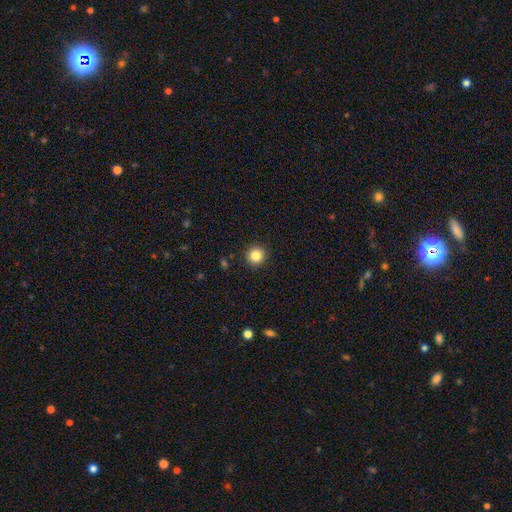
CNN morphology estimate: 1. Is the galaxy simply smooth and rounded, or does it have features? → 85% smooth, 10% star or artifact, 5% featured or disk.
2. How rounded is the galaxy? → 95% round, 4% in between, 1% cigar-shaped.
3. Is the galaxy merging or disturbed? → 92% none, 5% minor disturbance, 2% major disturbance, 1% merger.